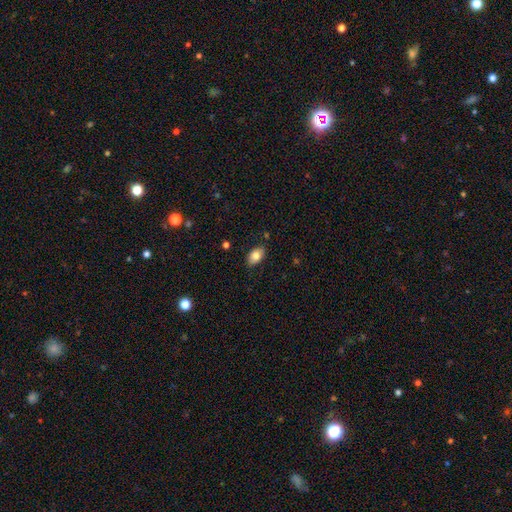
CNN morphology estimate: Smooth or featured? Predicted: smooth (p=0.82). How rounded? Predicted: in between (p=0.90). Merging? Predicted: none (p=0.84).